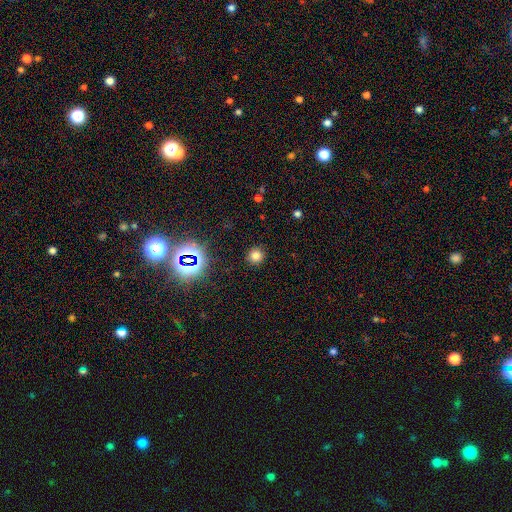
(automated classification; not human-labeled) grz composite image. It shows a smooth galaxy with no disk features (73%) that is round (93%). Merging: none (90%).